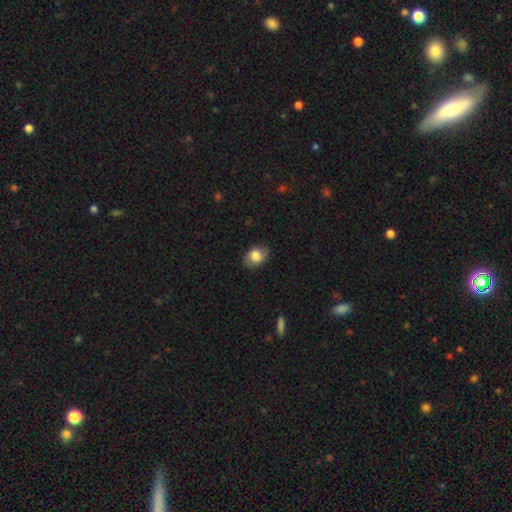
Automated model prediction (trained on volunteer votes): The model was most divided on "how rounded": in between: 79%, round: 20%, cigar-shaped: 1%. More confident: merging — none (81%); smooth or featured — smooth (79%).